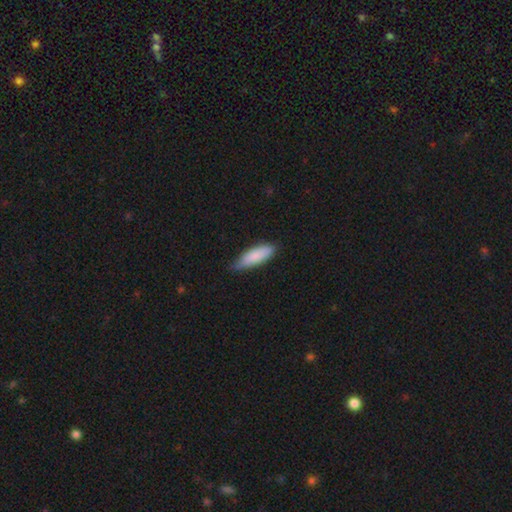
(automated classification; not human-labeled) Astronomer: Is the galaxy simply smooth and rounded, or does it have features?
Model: smooth — 86%.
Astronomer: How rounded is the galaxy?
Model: in between — 54% (runner-up: cigar-shaped, 44%).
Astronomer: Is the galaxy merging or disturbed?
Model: none — 68%.